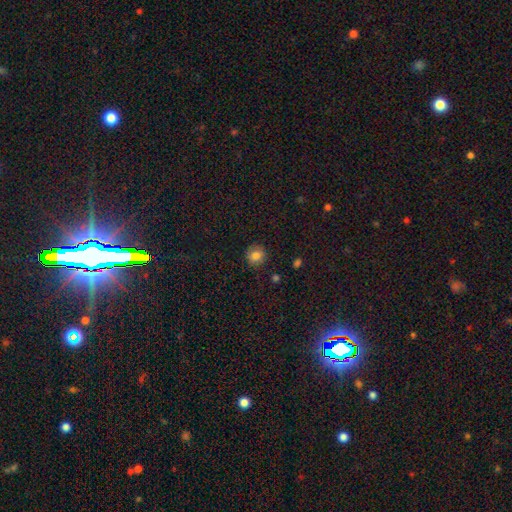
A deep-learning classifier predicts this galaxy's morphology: smooth-or-featured: smooth: 81% | star or artifact: 11% | featured or disk: 8%
  how-rounded: round: 88% | in between: 11% | cigar-shaped: 1%
  merging: none: 88% | minor disturbance: 8% | major disturbance: 2% | merger: 1%